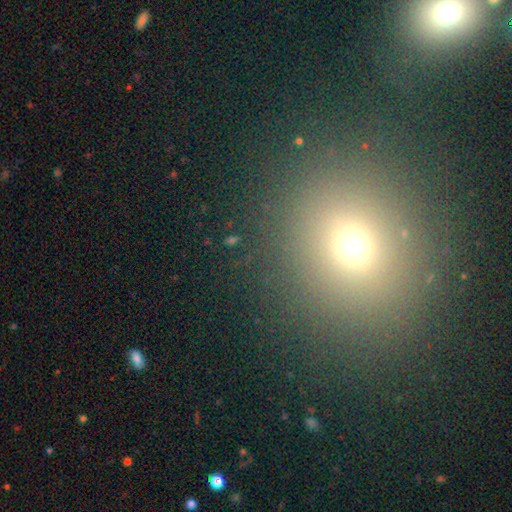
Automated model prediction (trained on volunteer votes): Smooth or featured? Predicted: smooth (p=0.61). How rounded? Predicted: round (p=0.80). Merging? Predicted: none (p=0.84).